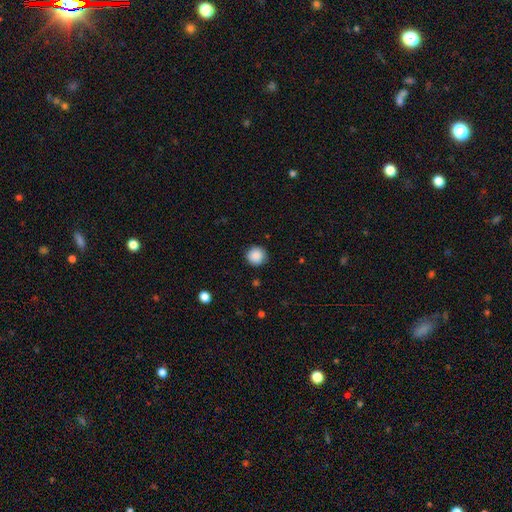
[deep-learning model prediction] The model was most divided on "smooth or featured": smooth: 88%, star or artifact: 9%, featured or disk: 3%. More confident: how rounded — round (95%); merging — none (90%).